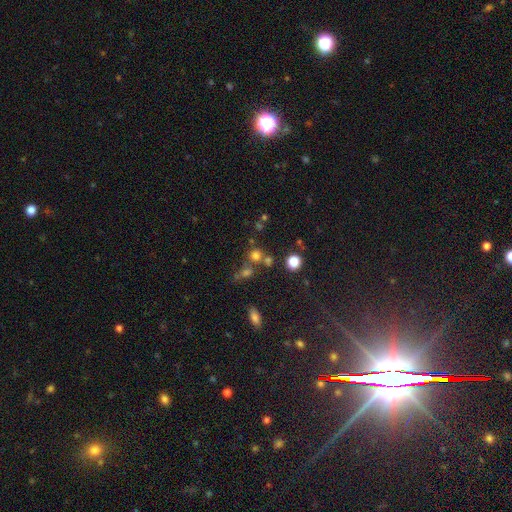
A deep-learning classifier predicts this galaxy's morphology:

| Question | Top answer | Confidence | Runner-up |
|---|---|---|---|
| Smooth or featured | smooth | 68% | star or artifact (22%) |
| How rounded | round | 86% | in between (12%) |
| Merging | none | 61% | merger (25%) |